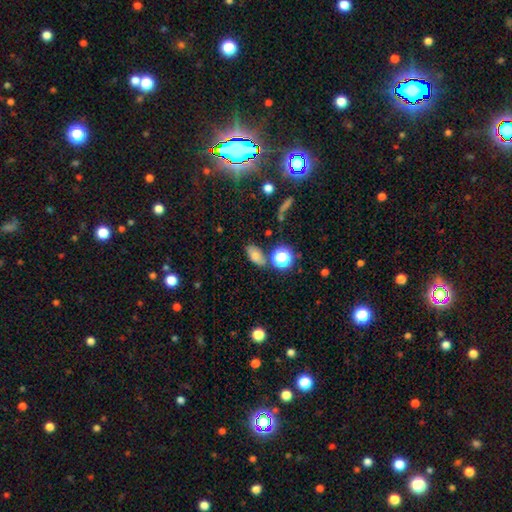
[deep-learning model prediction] smooth 67%, star or artifact 17%, featured or disk 16%. Down the decision tree: how rounded — in between (81%); merging — none (70%).